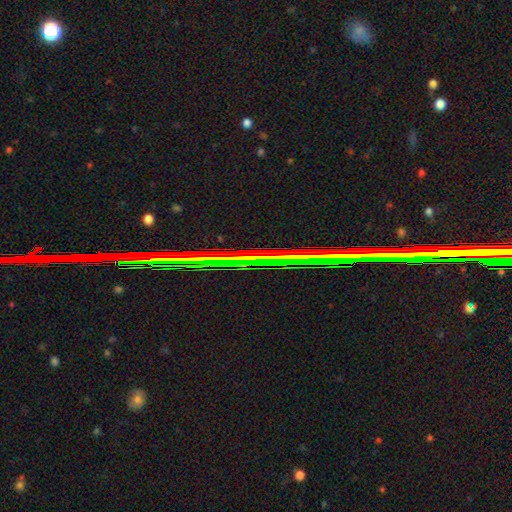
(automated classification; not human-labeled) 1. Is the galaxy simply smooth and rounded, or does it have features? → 79% star or artifact, 13% featured or disk, 8% smooth.